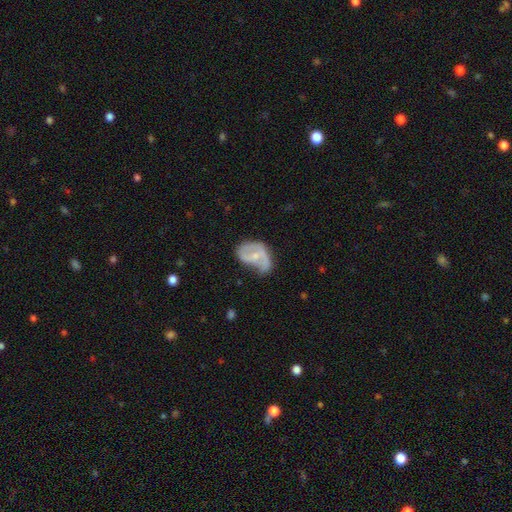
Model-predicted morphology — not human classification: Smooth or featured? featured or disk (63%)
Edge-on disk? no (97%)
Bar? no (50%)
Spiral arms? yes (72%)
Bulge size? small (59%)
Merging? minor disturbance (35%)